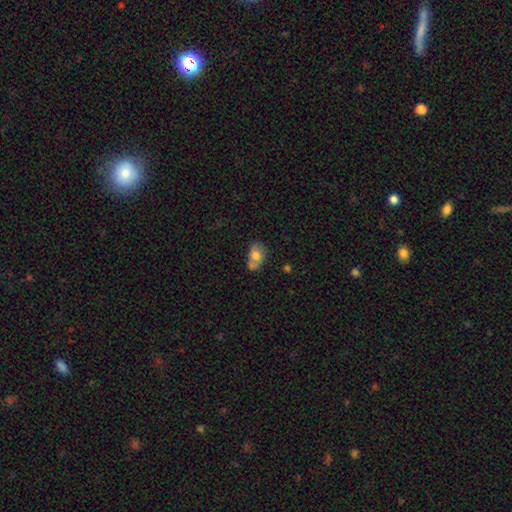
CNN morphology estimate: Q: Smooth or featured?
A: smooth (71%); runner-up: featured or disk (20%)
Q: How rounded?
A: in between (74%); runner-up: round (24%)
Q: Merging?
A: none (38%); tied with: merger (38%)